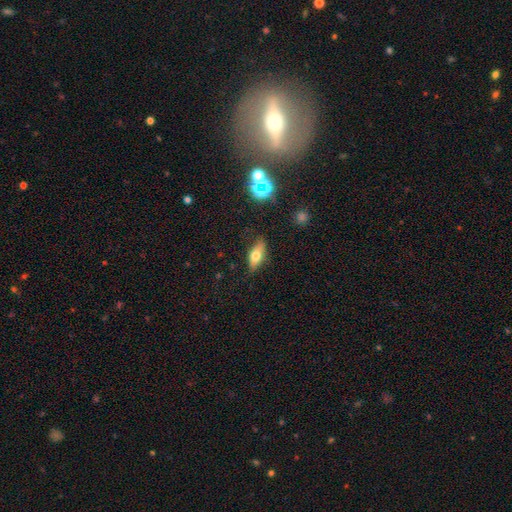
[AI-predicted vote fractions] A smooth galaxy with no disk features (61%) that is in between round and cigar-shaped (72%). Merging: none (80%).